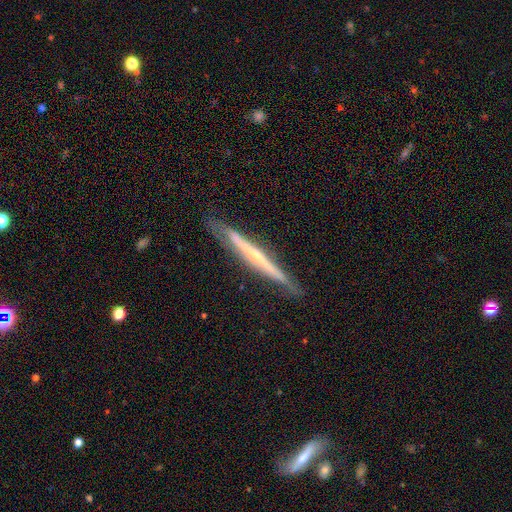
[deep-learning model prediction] Smooth or featured?
  - featured or disk: 73% *
  - smooth: 21%
  - star or artifact: 6%
Edge-on disk?
  - yes: 96% *
  - no: 4%
Edge-on bulge?
  - rounded: 56% *
  - none: 39%
  - boxy: 5%
Merging?
  - none: 85% *
  - minor disturbance: 12%
  - major disturbance: 2%
  - merger: 1%